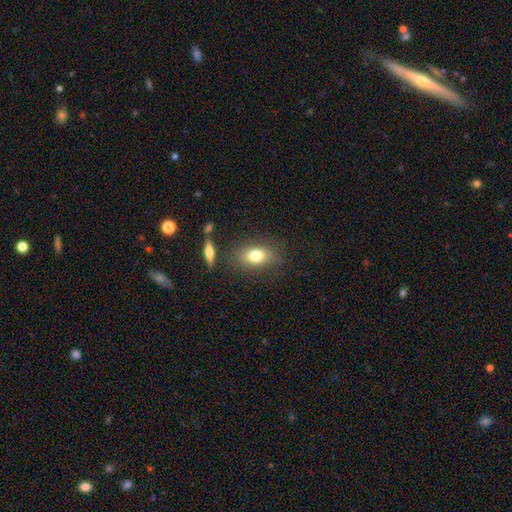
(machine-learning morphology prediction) smooth 77%, featured or disk 13%, star or artifact 10%. Down the decision tree: how rounded — in between (77%); merging — none (75%).